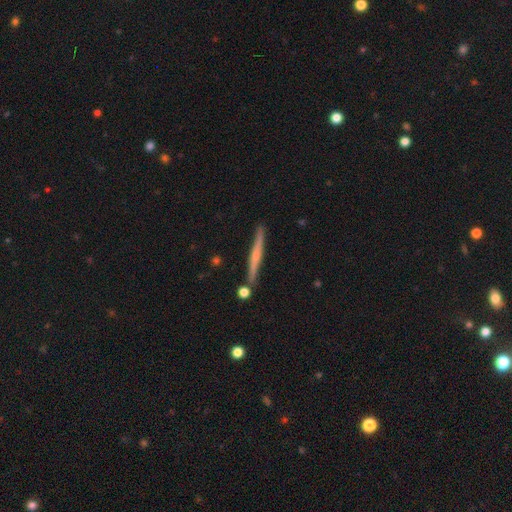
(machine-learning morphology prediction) A featured or disk galaxy (61%) viewed edge-on (97%) with a rounded central bulge (48%). Merging: none (86%).